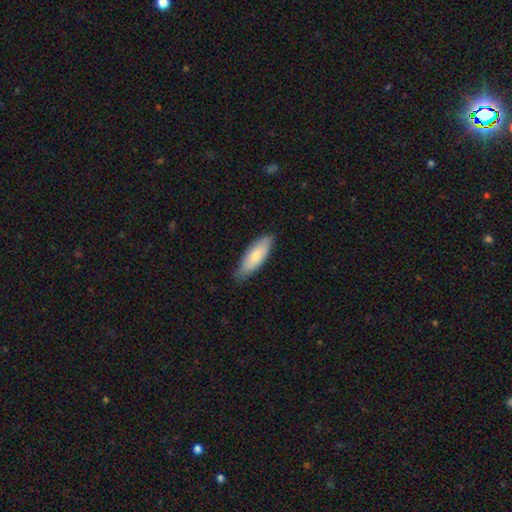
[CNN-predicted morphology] The model was most divided on "how rounded": in between: 59%, cigar-shaped: 39%, round: 2%. More confident: merging — none (81%); smooth or featured — smooth (78%).